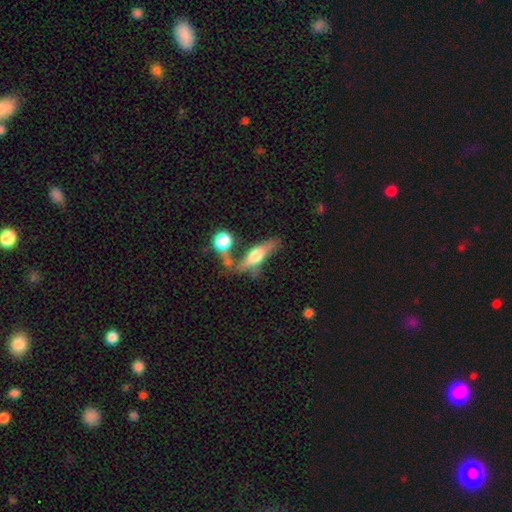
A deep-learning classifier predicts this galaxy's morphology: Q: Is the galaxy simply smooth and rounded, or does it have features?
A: featured or disk — 49%.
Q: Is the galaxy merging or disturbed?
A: none — 44%.